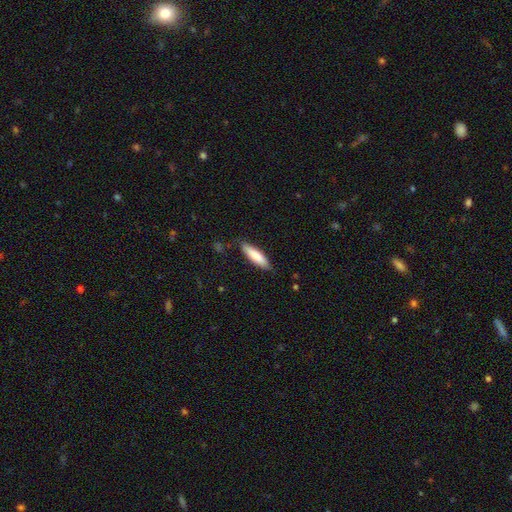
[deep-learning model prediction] Q: Smooth or featured?
A: smooth (82%); runner-up: featured or disk (13%)
Q: How rounded?
A: cigar-shaped (63%); runner-up: in between (36%)
Q: Merging?
A: none (83%); runner-up: minor disturbance (13%)